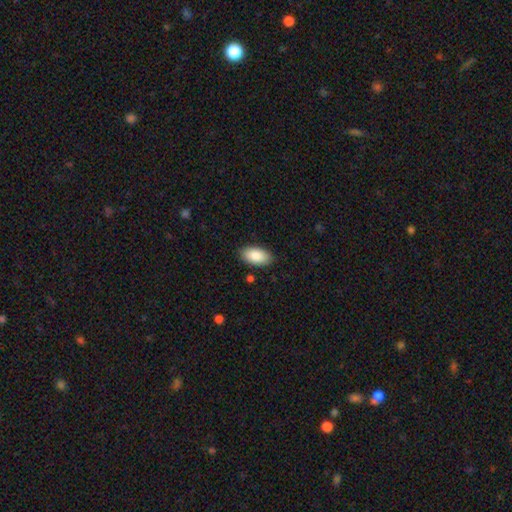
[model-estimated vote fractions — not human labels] This appears to be a smooth galaxy with no disk features (87%) that is in between round and cigar-shaped (95%). Merging: none (88%).